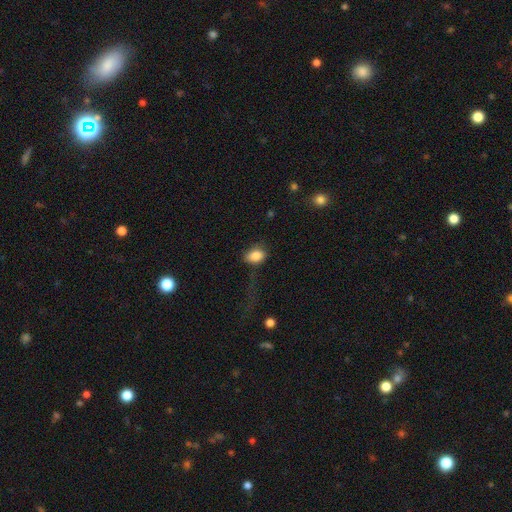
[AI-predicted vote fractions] A smooth galaxy with no disk features (84%) that is in between round and cigar-shaped (78%). Merging: none (55%).